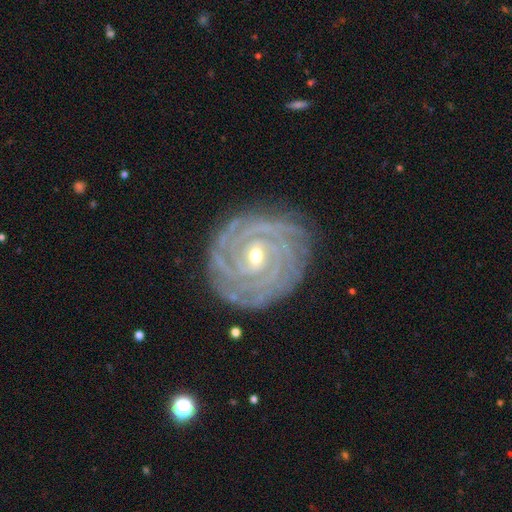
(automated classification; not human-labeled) Q: Smooth or featured?
A: featured or disk (91%); runner-up: star or artifact (5%)
Q: Edge-on disk?
A: no (98%); runner-up: yes (2%)
Q: Bar?
A: weak (41%); runner-up: no (35%)
Q: Spiral arms?
A: yes (99%); runner-up: no (1%)
Q: Spiral winding?
A: tight (88%); runner-up: medium (10%)
Q: Spiral arm count?
A: 4 (26%); runner-up: 3 (20%)
Q: Bulge size?
A: small (54%); runner-up: moderate (43%)
Q: Merging?
A: none (84%); runner-up: minor disturbance (12%)